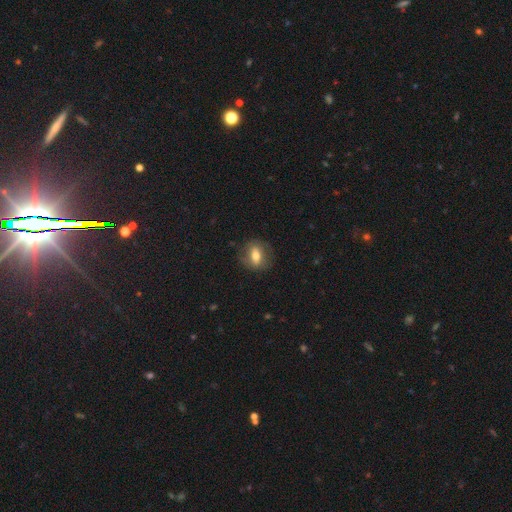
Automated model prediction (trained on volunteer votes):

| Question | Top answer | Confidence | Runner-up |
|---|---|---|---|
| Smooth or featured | smooth | 61% | featured or disk (31%) |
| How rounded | in between | 57% | round (39%) |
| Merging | none | 79% | minor disturbance (14%) |